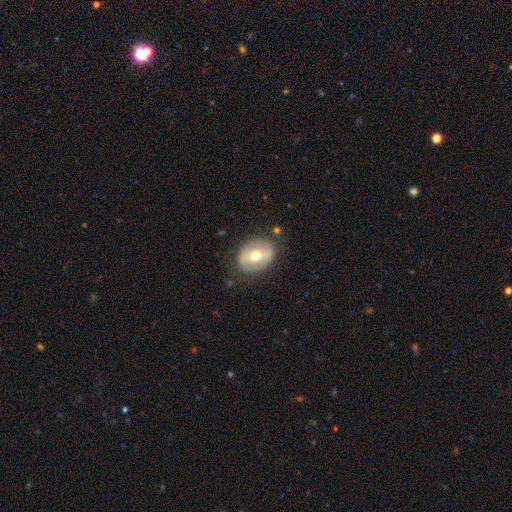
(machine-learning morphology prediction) type=smooth (47%); merging=none (79%).